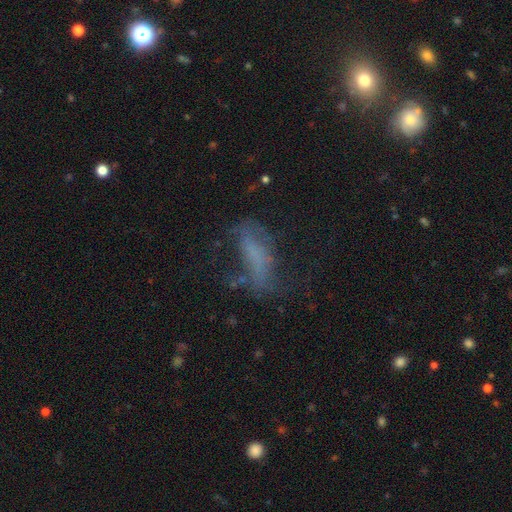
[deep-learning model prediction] smooth-or-featured: smooth: 41% | featured or disk: 37% | star or artifact: 22%
  merging: major disturbance: 36% (tied) | none: 36% (tied) | minor disturbance: 23% | merger: 5%